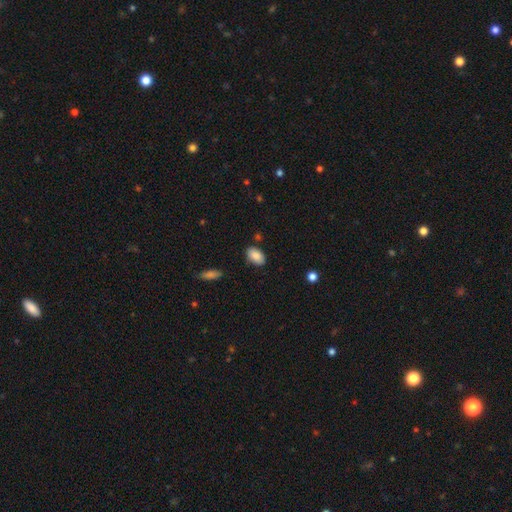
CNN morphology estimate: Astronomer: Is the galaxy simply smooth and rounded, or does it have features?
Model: smooth — 87%.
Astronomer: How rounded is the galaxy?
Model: in between — 92%.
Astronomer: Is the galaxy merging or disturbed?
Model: none — 79%.